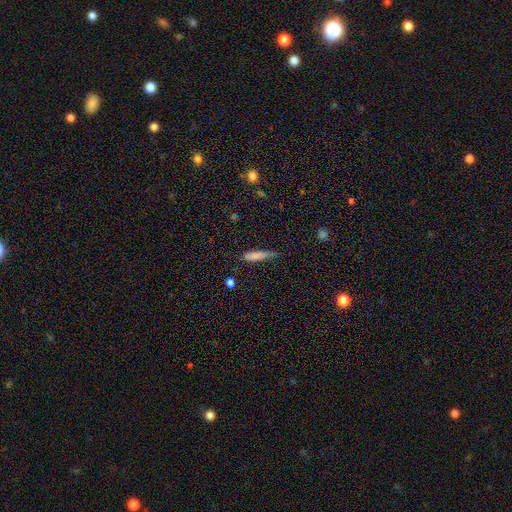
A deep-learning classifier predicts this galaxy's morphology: Smooth or featured?
  - smooth: 79% *
  - featured or disk: 13%
  - star or artifact: 8%
How rounded?
  - cigar-shaped: 84% *
  - in between: 14%
  - round: 2%
Merging?
  - none: 62% *
  - minor disturbance: 30%
  - major disturbance: 6%
  - merger: 2%